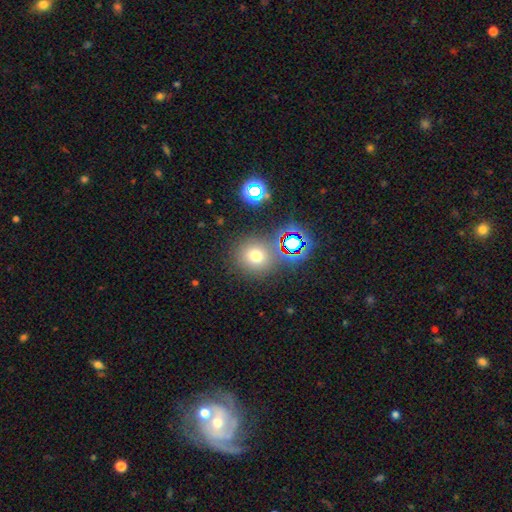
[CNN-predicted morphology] Overall: smooth (66%). How rounded: round (89%). Merging: none (79%).